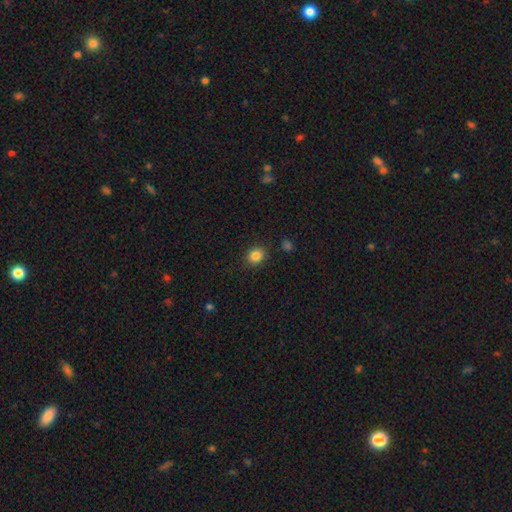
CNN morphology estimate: This appears to be a smooth galaxy with no disk features (85%) that is round (63%). Merging: none (86%).